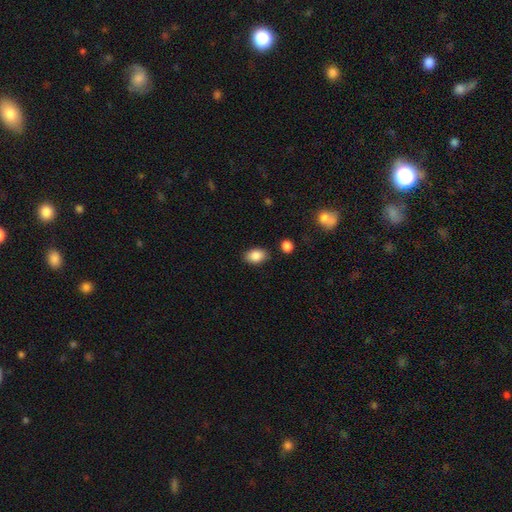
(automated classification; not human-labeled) This appears to be a smooth galaxy with no disk features (86%) that is in between round and cigar-shaped (87%). Merging: none (85%).